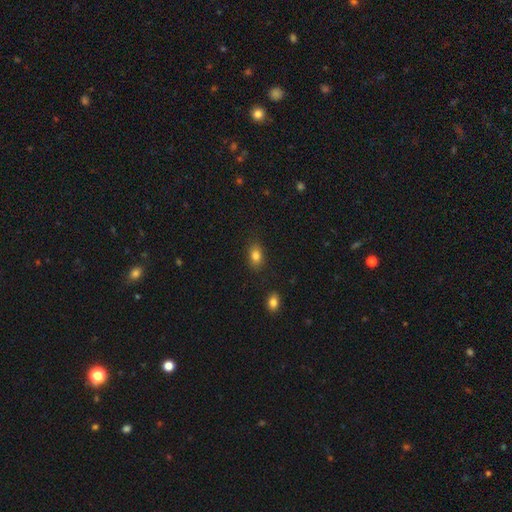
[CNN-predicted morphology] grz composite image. It shows a smooth galaxy with no disk features (83%) that is in between round and cigar-shaped (79%). Merging: none (83%).